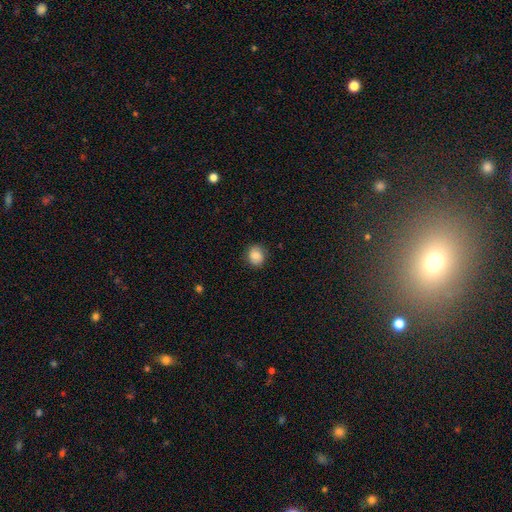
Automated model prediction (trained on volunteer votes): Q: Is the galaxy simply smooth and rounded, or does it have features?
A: smooth — 83%.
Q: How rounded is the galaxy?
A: round — 75%.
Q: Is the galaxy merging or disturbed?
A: none — 83%.